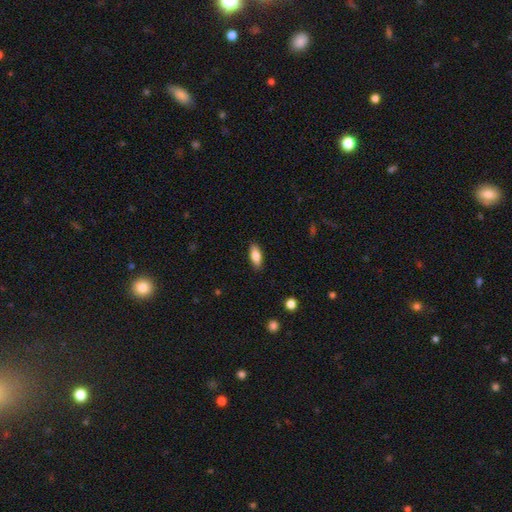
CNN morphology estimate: smooth-or-featured: smooth: 83% | featured or disk: 10% | star or artifact: 7%
  how-rounded: in between: 79% | cigar-shaped: 19% | round: 2%
  merging: none: 88% | minor disturbance: 9% | major disturbance: 2% | merger: 1%